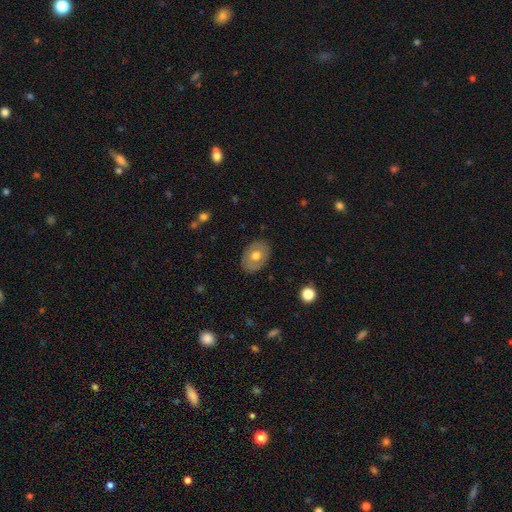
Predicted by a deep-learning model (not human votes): Smooth or featured?
  - smooth: 58% *
  - featured or disk: 35%
  - star or artifact: 6%
How rounded?
  - in between: 75% *
  - round: 24%
  - cigar-shaped: 1%
Merging?
  - none: 84% *
  - minor disturbance: 12%
  - major disturbance: 3%
  - merger: 1%